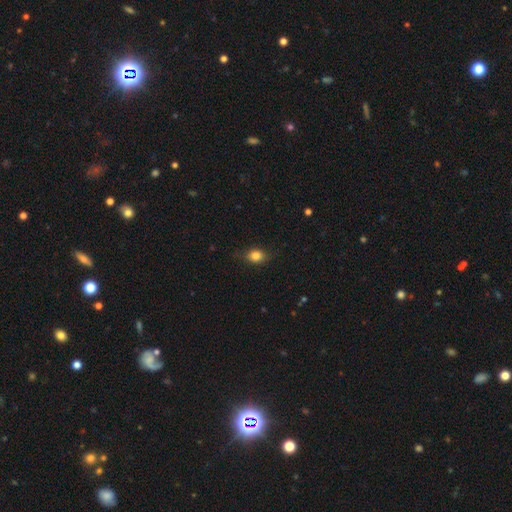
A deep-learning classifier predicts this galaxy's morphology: smooth-or-featured: smooth: 81% | star or artifact: 10% | featured or disk: 9%
  how-rounded: in between: 54% | round: 44% | cigar-shaped: 2%
  merging: none: 77% | minor disturbance: 18% | major disturbance: 4% | merger: 1%